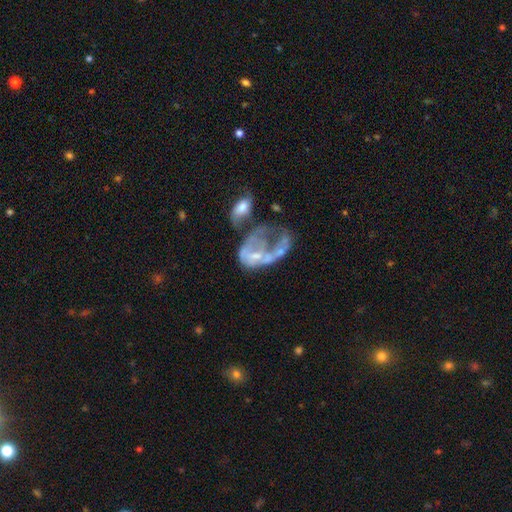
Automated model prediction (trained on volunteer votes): The model was most divided on "merging": major disturbance: 40%, merger: 37%, none: 13%, minor disturbance: 10%. Remaining: edge-on disk — no (97%); bar — no (82%); spiral arms — no (81%); smooth or featured — featured or disk (60%); bulge size — none (47%).